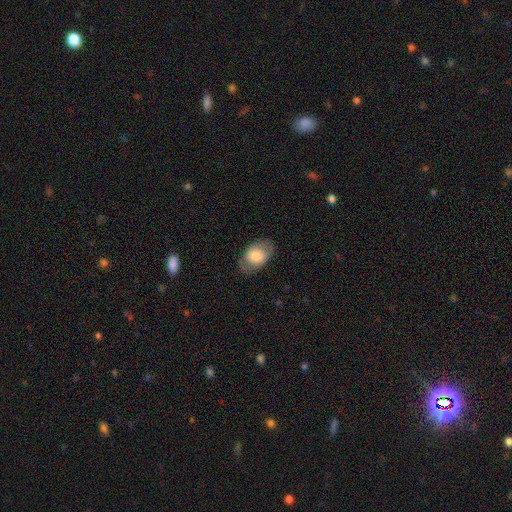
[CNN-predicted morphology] smooth_or_featured: smooth (p=0.70) [alt: featured or disk p=0.23]
how_rounded: in between (p=0.83) [alt: round p=0.15]
merging: none (p=0.75) [alt: minor disturbance p=0.17]